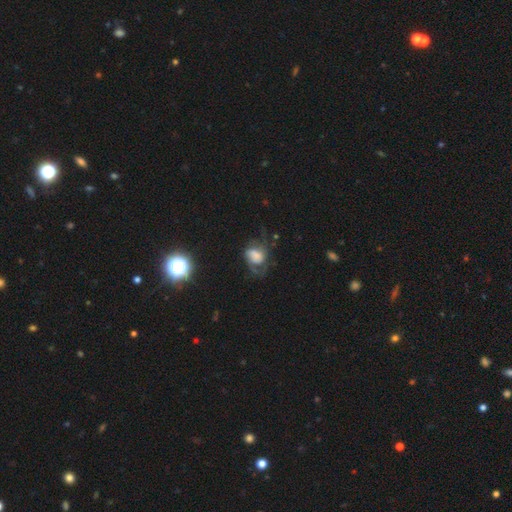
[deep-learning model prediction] smooth-or-featured: featured or disk: 52% | smooth: 36% | star or artifact: 12%
  disk-edge-on: no: 97% | yes: 3%
    bar: no: 60% | weak: 30% | strong: 10%
    has-spiral-arms: yes: 77% | no: 23%
    bulge-size: large: 27% | moderate: 22% | small: 22% | none: 21% | dominant: 9%
  merging: major disturbance: 38% | none: 37% | minor disturbance: 22% | merger: 3%